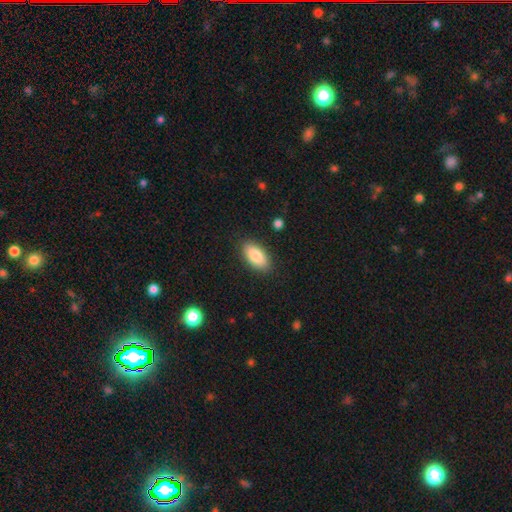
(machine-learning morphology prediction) Smooth or featured: smooth — 85% (featured or disk — 8%)
How rounded: in between — 91% (cigar-shaped — 6%)
Merging: none — 87% (minor disturbance — 10%)